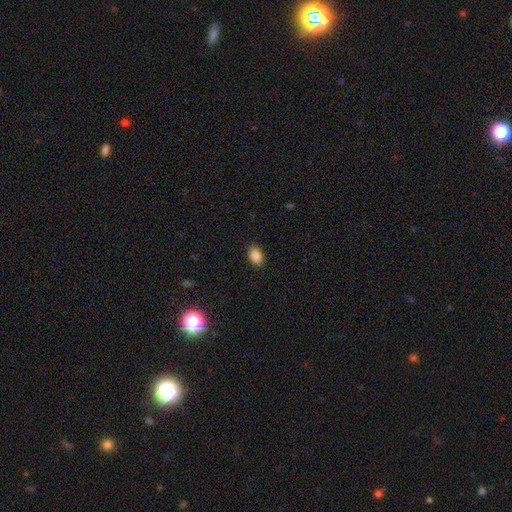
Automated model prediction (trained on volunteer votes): The model was most divided on "how rounded": in between: 87%, round: 11%, cigar-shaped: 1%. More confident: merging — none (88%); smooth or featured — smooth (87%).